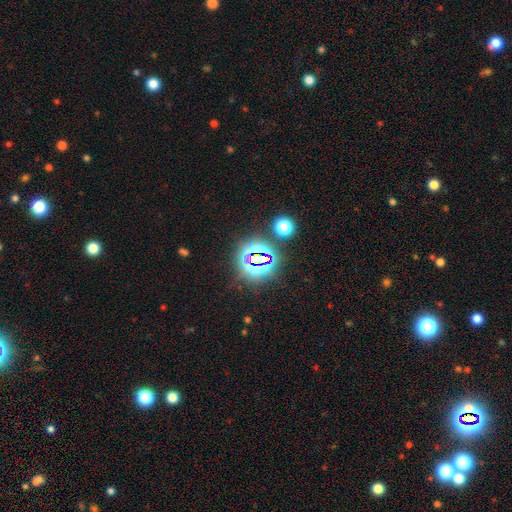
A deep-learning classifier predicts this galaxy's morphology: This appears to be a star or artifact, not a galaxy (78%).